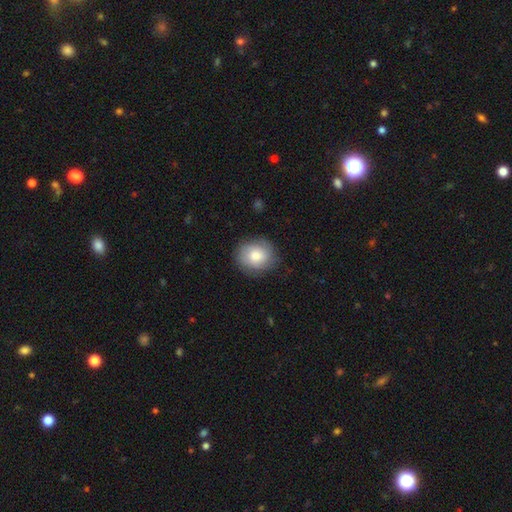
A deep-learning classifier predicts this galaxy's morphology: Smooth or featured? Predicted: smooth (p=0.72). How rounded? Predicted: round (p=0.70). Merging? Predicted: none (p=0.79).